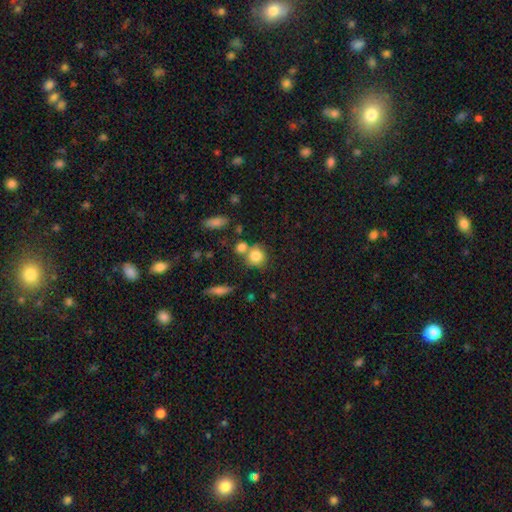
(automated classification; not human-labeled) Smooth or featured? Predicted: smooth (p=0.80). How rounded? Predicted: round (p=0.81). Merging? Predicted: none (p=0.58).